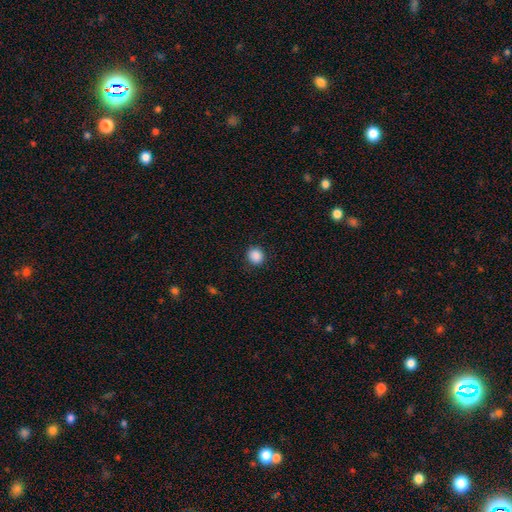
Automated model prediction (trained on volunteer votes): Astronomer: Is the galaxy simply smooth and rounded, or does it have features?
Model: smooth — 88%.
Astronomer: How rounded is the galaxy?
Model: round — 86%.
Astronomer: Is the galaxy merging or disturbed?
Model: none — 90%.